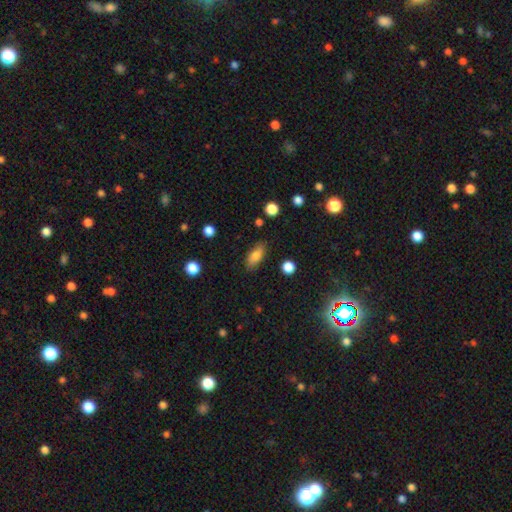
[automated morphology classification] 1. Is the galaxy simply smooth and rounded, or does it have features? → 77% smooth, 15% featured or disk, 8% star or artifact.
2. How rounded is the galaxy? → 77% in between, 18% cigar-shaped, 4% round.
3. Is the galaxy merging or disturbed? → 84% none, 12% minor disturbance, 3% major disturbance, 2% merger.